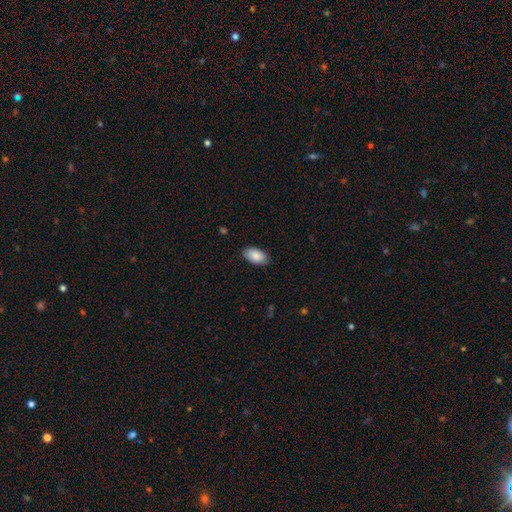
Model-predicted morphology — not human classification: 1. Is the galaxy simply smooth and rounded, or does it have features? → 88% smooth, 6% star or artifact, 5% featured or disk.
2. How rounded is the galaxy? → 95% in between, 3% round, 2% cigar-shaped.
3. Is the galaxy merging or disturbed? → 87% none, 10% minor disturbance, 2% major disturbance, 1% merger.